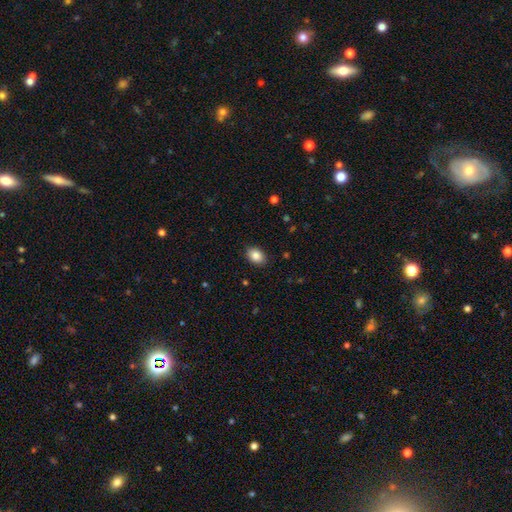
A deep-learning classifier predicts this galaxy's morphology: This appears to be a smooth galaxy with no disk features (86%) that is in between round and cigar-shaped (77%). Merging: none (89%).